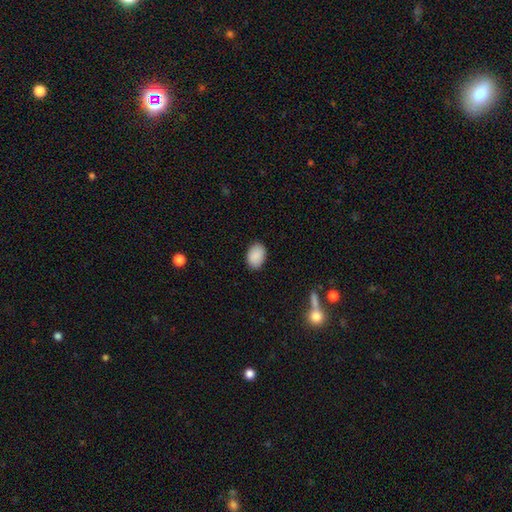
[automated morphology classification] Smooth or featured?
  - smooth: 90% *
  - star or artifact: 7%
  - featured or disk: 3%
How rounded?
  - in between: 83% *
  - round: 16%
  - cigar-shaped: 1%
Merging?
  - none: 87% *
  - minor disturbance: 9%
  - major disturbance: 2%
  - merger: 1%